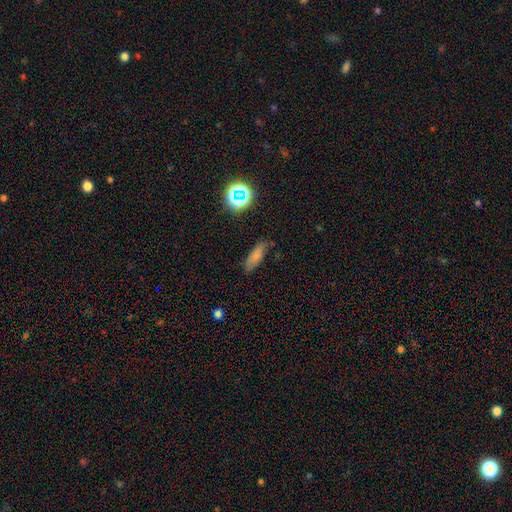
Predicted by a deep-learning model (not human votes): A smooth galaxy with no disk features (73%) that is in between round and cigar-shaped (53%). Merging: none (72%).